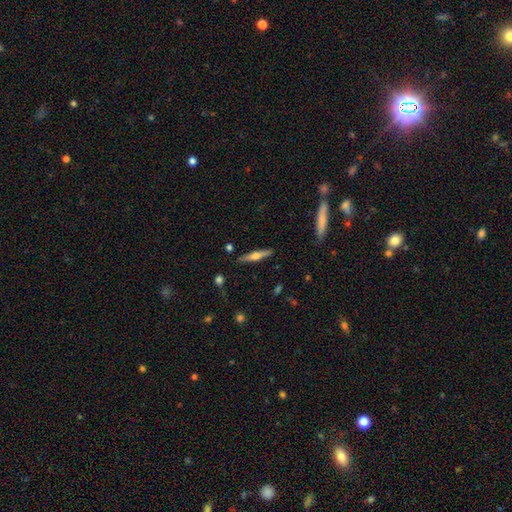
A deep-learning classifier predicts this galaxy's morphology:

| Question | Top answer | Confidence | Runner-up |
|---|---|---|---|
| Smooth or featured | featured or disk | 58% | smooth (36%) |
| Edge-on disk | yes | 96% | no (4%) |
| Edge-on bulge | rounded | 90% | none (5%) |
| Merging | none | 89% | minor disturbance (8%) |